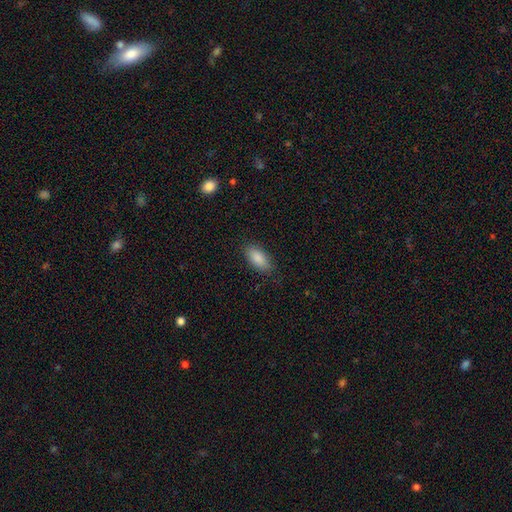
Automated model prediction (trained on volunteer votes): This appears to be a smooth galaxy with no disk features (87%) that is in between round and cigar-shaped (89%). Merging: none (86%).